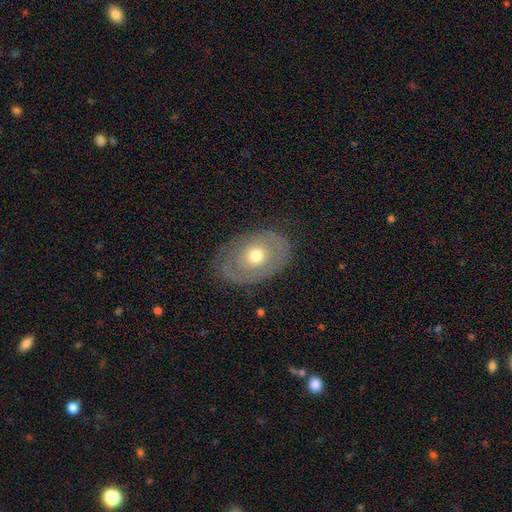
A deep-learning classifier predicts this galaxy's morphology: Q: Smooth or featured?
A: featured or disk (53%); runner-up: smooth (40%)
Q: Edge-on disk?
A: no (91%); runner-up: yes (9%)
Q: Merging?
A: none (77%); runner-up: minor disturbance (15%)